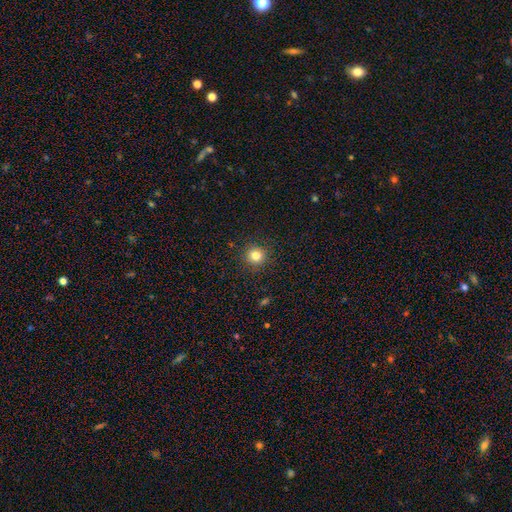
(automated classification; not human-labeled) Smooth or featured: smooth — 81% (star or artifact — 13%)
How rounded: round — 95% (in between — 4%)
Merging: none — 92% (minor disturbance — 5%)